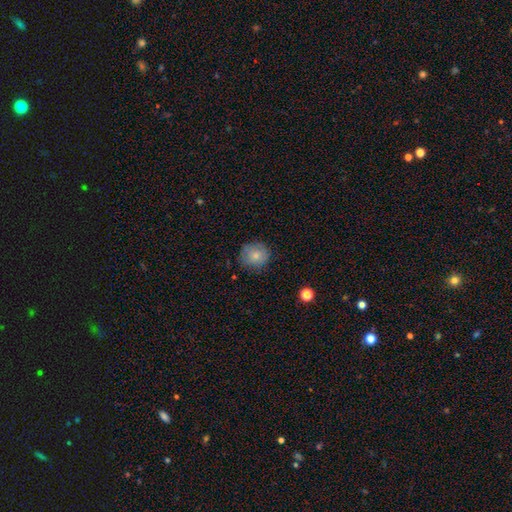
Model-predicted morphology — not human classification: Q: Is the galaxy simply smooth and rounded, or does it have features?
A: smooth — 81%.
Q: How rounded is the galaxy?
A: round — 88%.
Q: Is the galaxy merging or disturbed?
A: none — 79%.